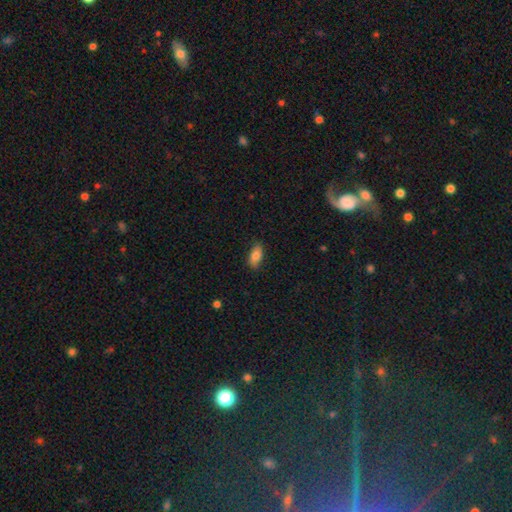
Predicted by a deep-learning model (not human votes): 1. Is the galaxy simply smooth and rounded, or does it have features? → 83% smooth, 10% featured or disk, 7% star or artifact.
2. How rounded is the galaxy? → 88% in between, 8% cigar-shaped, 3% round.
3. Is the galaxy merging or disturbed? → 84% none, 13% minor disturbance, 2% major disturbance, 1% merger.